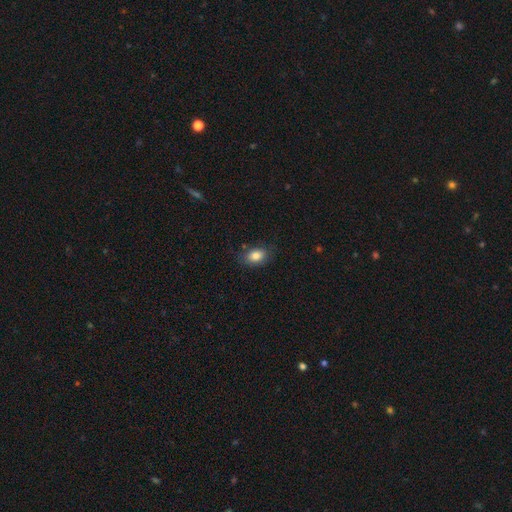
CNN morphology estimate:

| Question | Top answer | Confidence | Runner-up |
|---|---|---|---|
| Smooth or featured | smooth | 84% | star or artifact (9%) |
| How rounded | in between | 83% | round (16%) |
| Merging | none | 80% | minor disturbance (15%) |